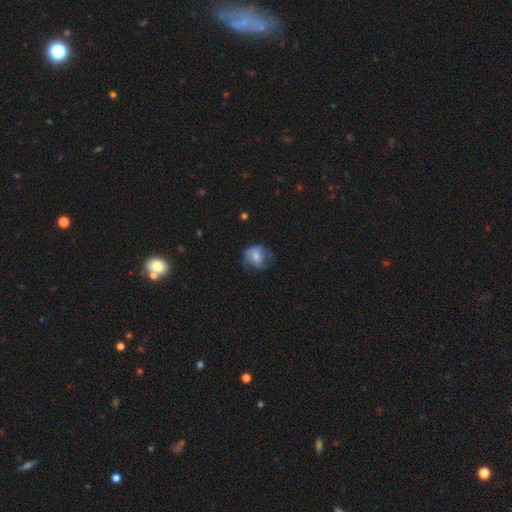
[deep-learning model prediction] Smooth or featured? Predicted: smooth (p=0.56). How rounded? Predicted: round (p=0.61). Merging? Predicted: none (p=0.48).